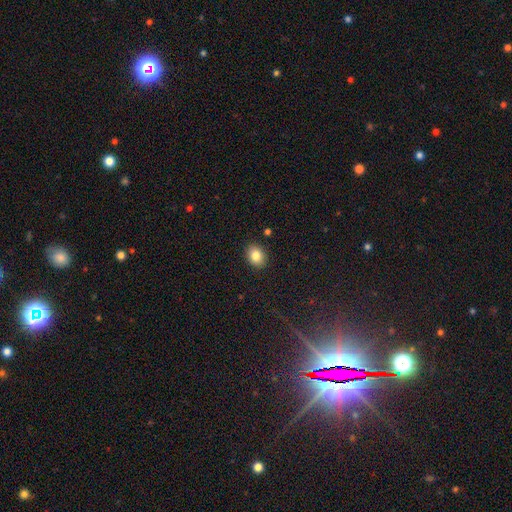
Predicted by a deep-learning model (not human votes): Q: Smooth or featured?
A: smooth (84%); runner-up: star or artifact (9%)
Q: How rounded?
A: in between (59%); runner-up: round (40%)
Q: Merging?
A: none (90%); runner-up: minor disturbance (7%)